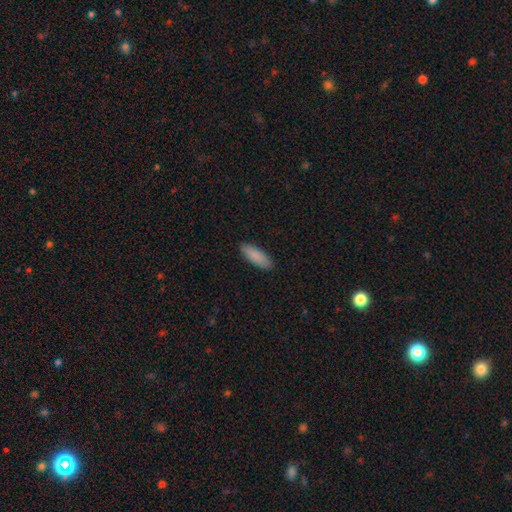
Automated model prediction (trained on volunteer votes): This appears to be a smooth galaxy with no disk features (88%) that is in between round and cigar-shaped (62%). Merging: none (89%).